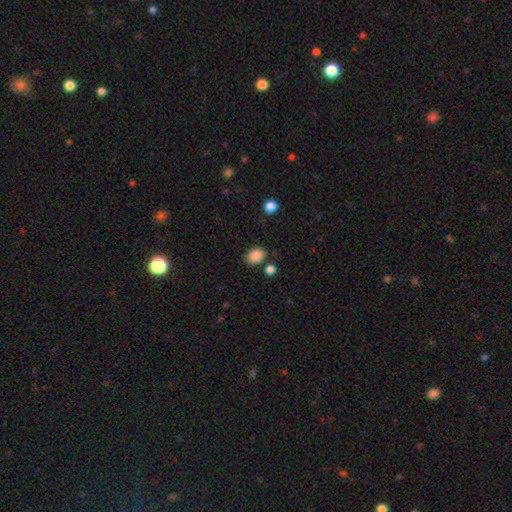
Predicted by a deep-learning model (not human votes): Overall: smooth (87%). How rounded: in between (65%; round 34%). Merging: none (79%).